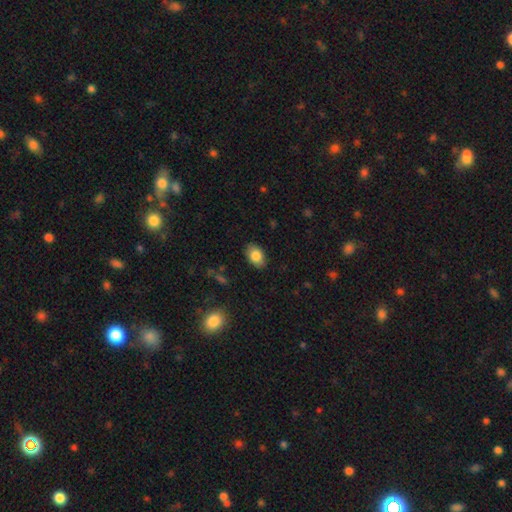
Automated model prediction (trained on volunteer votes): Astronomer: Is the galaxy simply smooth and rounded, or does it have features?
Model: smooth — 84%.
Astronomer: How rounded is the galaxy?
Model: in between — 87%.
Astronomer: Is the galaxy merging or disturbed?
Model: none — 86%.